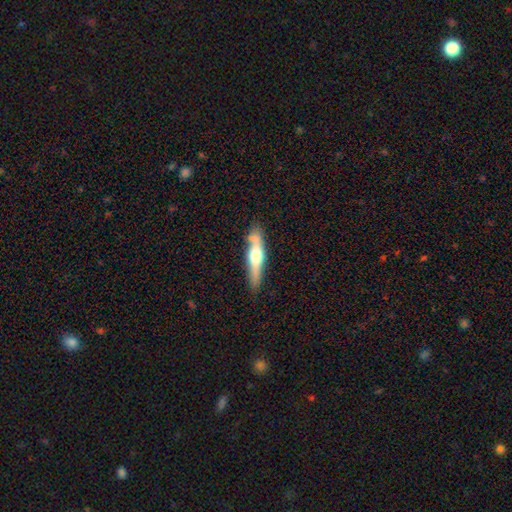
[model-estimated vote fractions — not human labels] Smooth or featured? featured or disk (52%)
Edge-on disk? yes (89%)
Merging? none (69%)